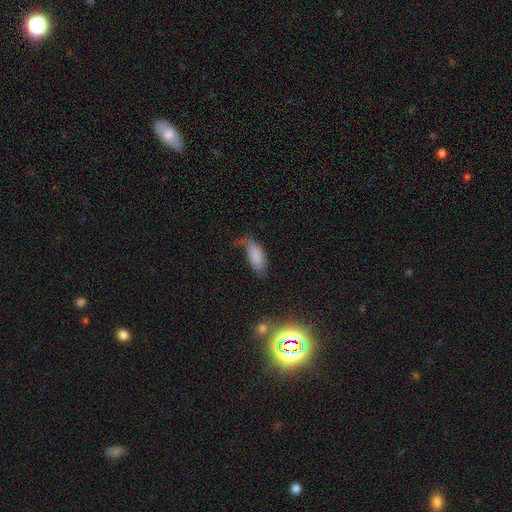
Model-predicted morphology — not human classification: Overall: smooth (76%). How rounded: in between (86%). Merging: major disturbance (32%; minor disturbance 31%).